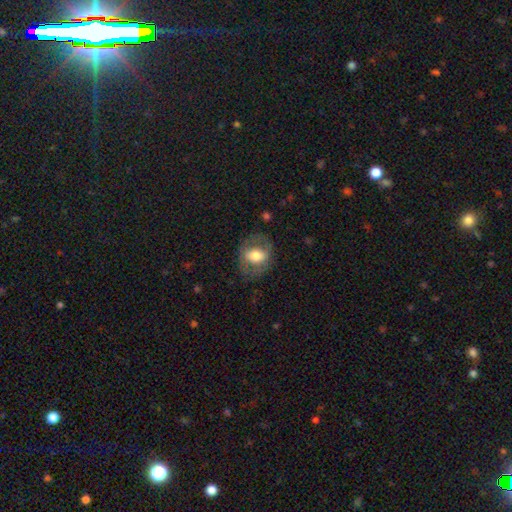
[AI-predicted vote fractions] smooth-or-featured: smooth: 52% | featured or disk: 41% | star or artifact: 7%
  how-rounded: in between: 55% | round: 43% | cigar-shaped: 2%
  merging: none: 68% | minor disturbance: 18% | major disturbance: 13% | merger: 1%